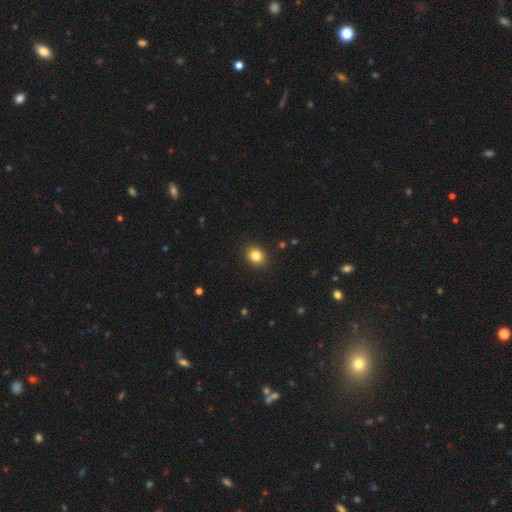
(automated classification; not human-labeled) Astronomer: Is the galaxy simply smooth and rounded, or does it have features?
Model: smooth — 83%.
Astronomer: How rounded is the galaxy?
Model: round — 65%.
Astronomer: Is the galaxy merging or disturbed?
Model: none — 92%.